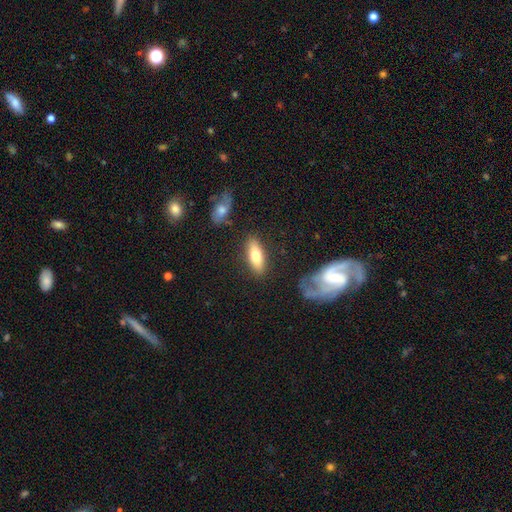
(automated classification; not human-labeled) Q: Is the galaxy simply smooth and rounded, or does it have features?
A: smooth — 70%.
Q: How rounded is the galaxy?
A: in between — 60%.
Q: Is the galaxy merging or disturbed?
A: none — 82%.